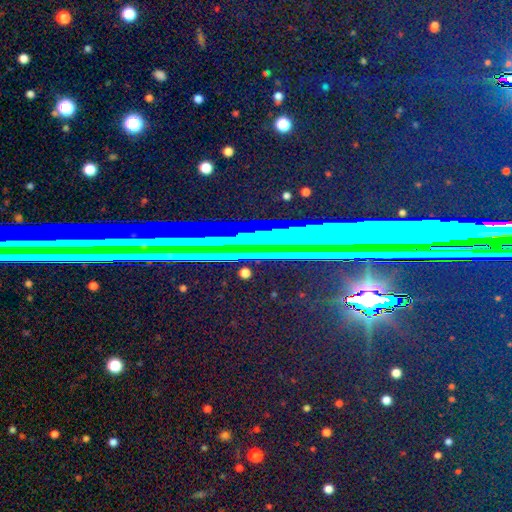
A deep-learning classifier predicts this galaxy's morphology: smooth_or_featured: star or artifact (p=0.82) [alt: featured or disk p=0.09]